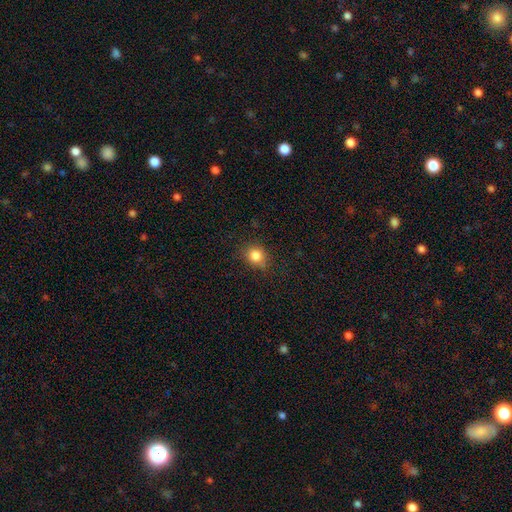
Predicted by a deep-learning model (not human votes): Morphology: type=smooth (83%); roundness=round (76%); merging=none (81%).